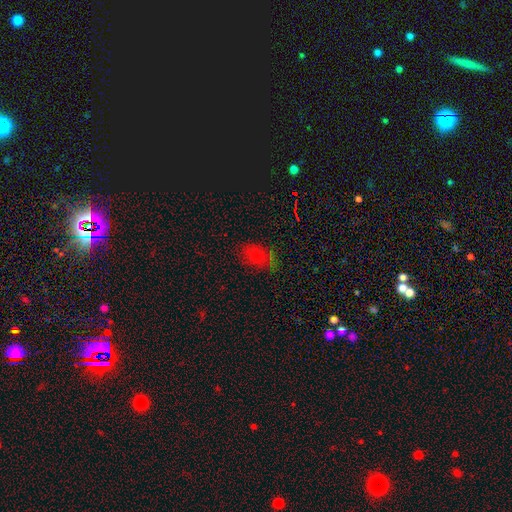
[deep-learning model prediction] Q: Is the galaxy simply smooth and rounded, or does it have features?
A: smooth — 59%.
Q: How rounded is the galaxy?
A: in between — 72%.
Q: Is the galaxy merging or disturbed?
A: none — 65%.